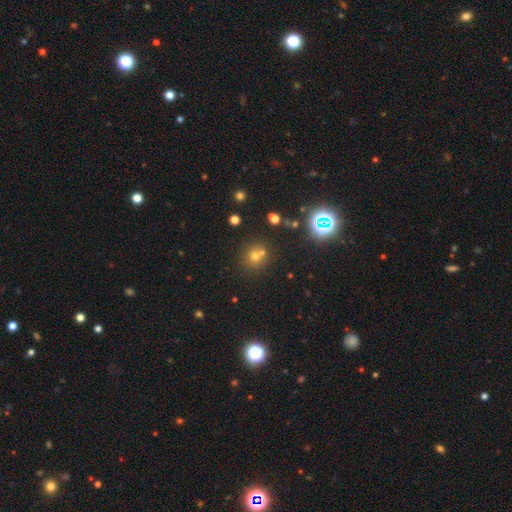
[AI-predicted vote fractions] Smooth or featured?
  - smooth: 53% *
  - star or artifact: 36%
  - featured or disk: 11%
How rounded?
  - round: 87% *
  - in between: 12%
  - cigar-shaped: 1%
Merging?
  - none: 63% *
  - merger: 27%
  - minor disturbance: 7%
  - major disturbance: 3%